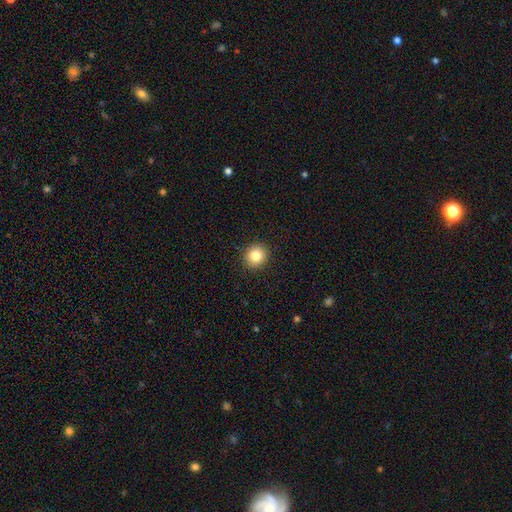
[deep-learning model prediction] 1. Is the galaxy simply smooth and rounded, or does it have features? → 83% smooth, 10% star or artifact, 7% featured or disk.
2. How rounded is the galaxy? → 87% round, 12% in between, 1% cigar-shaped.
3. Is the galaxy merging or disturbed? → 92% none, 6% minor disturbance, 2% major disturbance, 1% merger.